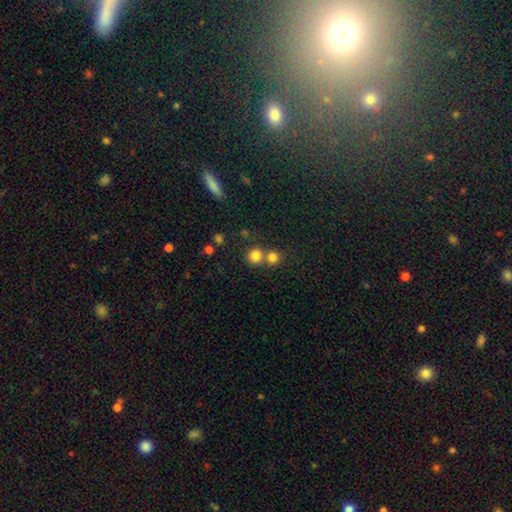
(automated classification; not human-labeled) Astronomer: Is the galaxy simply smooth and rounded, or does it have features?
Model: smooth — 81%.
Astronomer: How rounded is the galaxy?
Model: round — 89%.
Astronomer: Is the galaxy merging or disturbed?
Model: none — 57% (runner-up: merger, 34%).